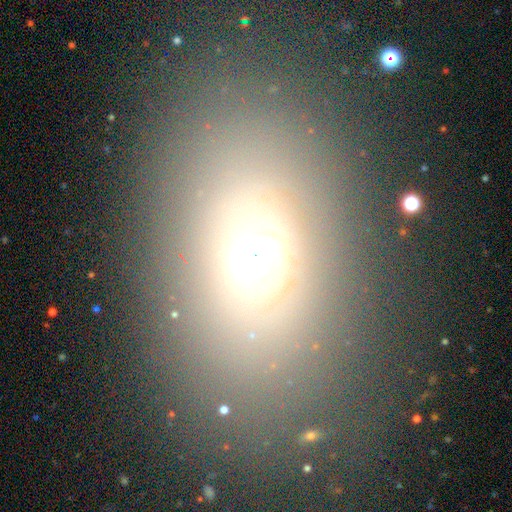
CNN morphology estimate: A smooth galaxy with no disk features (43%).

Vote fractions:
- Smooth or featured? smooth: 43% / featured or disk: 32% / star or artifact: 25%
- Merging? none: 74% / minor disturbance: 13% / major disturbance: 9% / merger: 4%